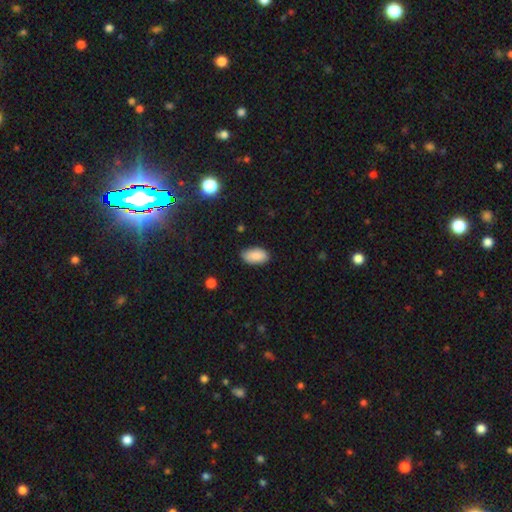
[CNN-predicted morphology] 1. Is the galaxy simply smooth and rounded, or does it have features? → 88% smooth, 7% star or artifact, 5% featured or disk.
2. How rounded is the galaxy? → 94% in between, 3% round, 3% cigar-shaped.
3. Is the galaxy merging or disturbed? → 83% none, 13% minor disturbance, 2% major disturbance, 1% merger.